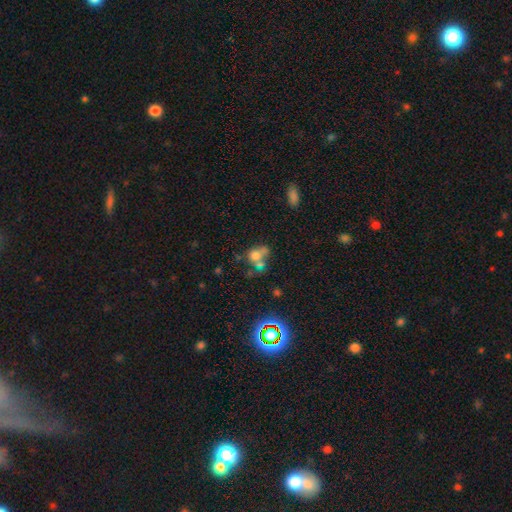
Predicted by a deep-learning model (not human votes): Morphology: type=smooth (62%); roundness=round (53%); merging=merger (47%).